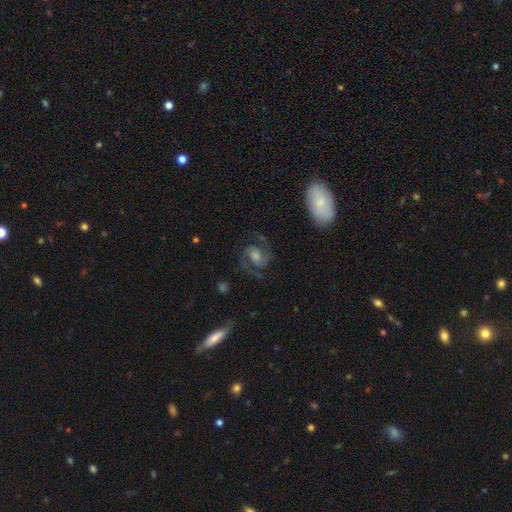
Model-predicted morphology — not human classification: Smooth or featured? Predicted: featured or disk (p=0.84). Edge-on disk? Predicted: no (p=0.97). Bar? Predicted: no (p=0.52). Spiral arms? Predicted: yes (p=0.97). Spiral winding? Predicted: medium (p=0.60). Spiral arm count? Predicted: 2 (p=0.93). Bulge size? Predicted: moderate (p=0.52). Merging? Predicted: none (p=0.80).